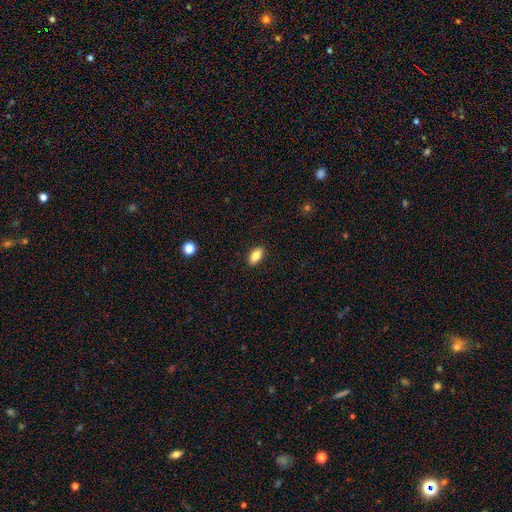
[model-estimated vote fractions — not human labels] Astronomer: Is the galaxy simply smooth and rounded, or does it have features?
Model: smooth — 84%.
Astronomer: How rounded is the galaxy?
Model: in between — 89%.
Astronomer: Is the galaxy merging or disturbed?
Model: none — 89%.